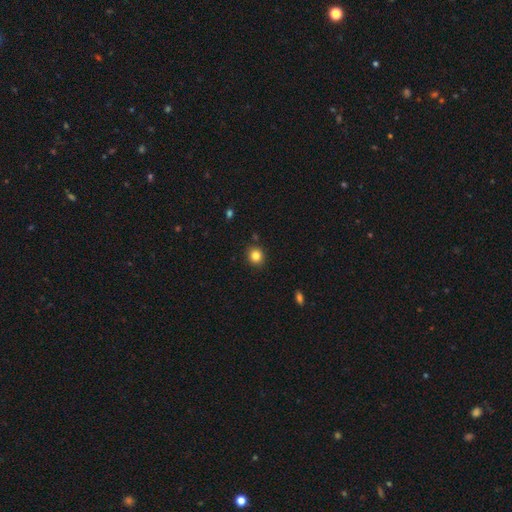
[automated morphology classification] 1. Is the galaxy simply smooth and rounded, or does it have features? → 83% smooth, 11% star or artifact, 6% featured or disk.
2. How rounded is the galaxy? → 82% round, 17% in between, 1% cigar-shaped.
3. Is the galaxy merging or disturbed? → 89% none, 8% minor disturbance, 2% major disturbance, 2% merger.